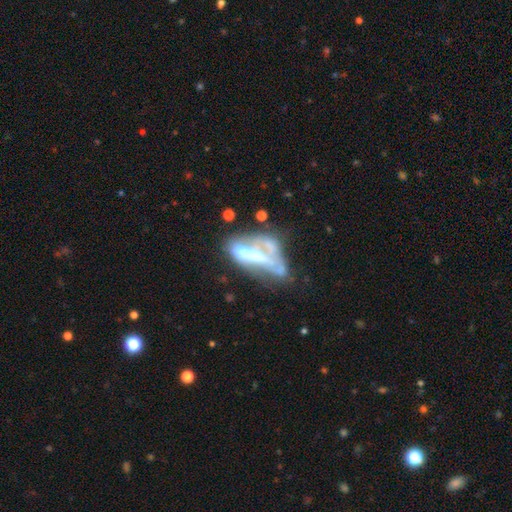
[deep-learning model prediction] A featured or disk galaxy (62%) with no bar (73%), no spiral arms (87%) and a moderate central bulge (39%).

Vote fractions:
- Smooth or featured? featured or disk: 62% / smooth: 27% / star or artifact: 11%
- Edge-on disk? no: 90% / yes: 10%
- Bar? no: 73% / weak: 14% / strong: 13%
- Spiral arms? no: 87% / yes: 13%
- Bulge size? moderate: 39% / none: 26% / small: 21% / large: 12% / dominant: 3%
- Merging? merger: 38% / major disturbance: 29% / none: 19% / minor disturbance: 14%